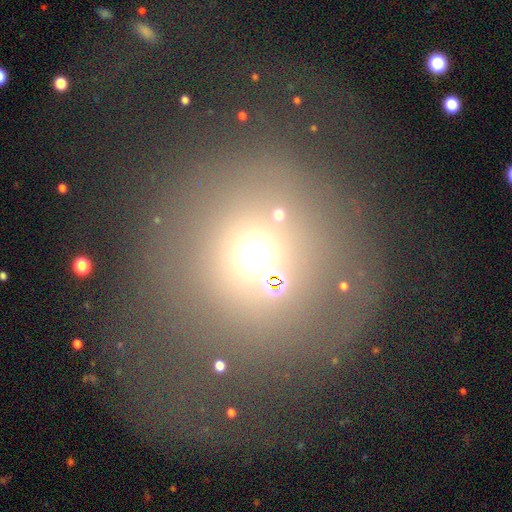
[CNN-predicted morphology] Smooth or featured: smooth — 57% (star or artifact — 27%)
How rounded: round — 92% (in between — 7%)
Merging: none — 56% (major disturbance — 19%)